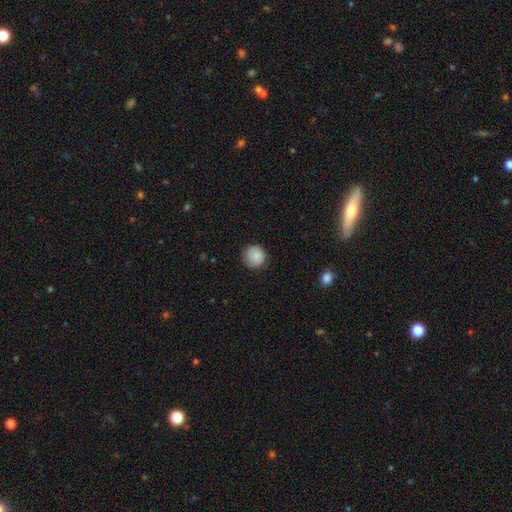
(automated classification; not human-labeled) A smooth galaxy with no disk features (84%) that is round (93%). Merging: none (83%).